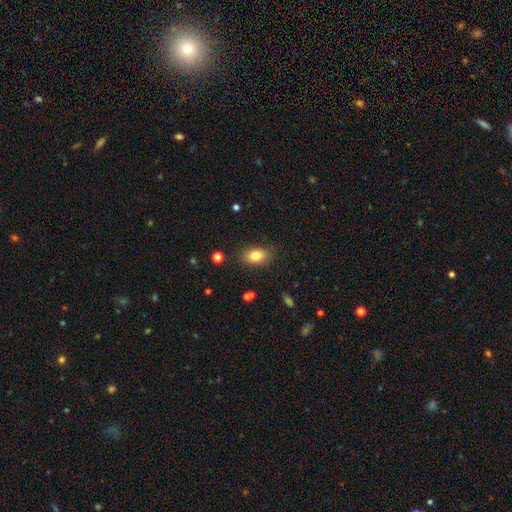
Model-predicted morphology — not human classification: smooth 82%, star or artifact 10%, featured or disk 8%. Down the decision tree: how rounded — in between (80%); merging — none (83%).